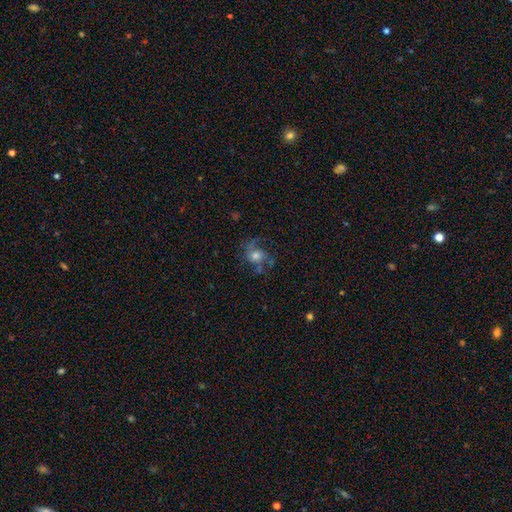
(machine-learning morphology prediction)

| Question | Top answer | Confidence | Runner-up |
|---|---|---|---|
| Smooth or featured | featured or disk | 60% | smooth (25%) |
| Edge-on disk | no | 97% | yes (3%) |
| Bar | no | 72% | weak (23%) |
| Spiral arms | yes | 84% | no (16%) |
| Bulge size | moderate | 54% | large (20%) |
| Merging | none | 54% | major disturbance (23%) |